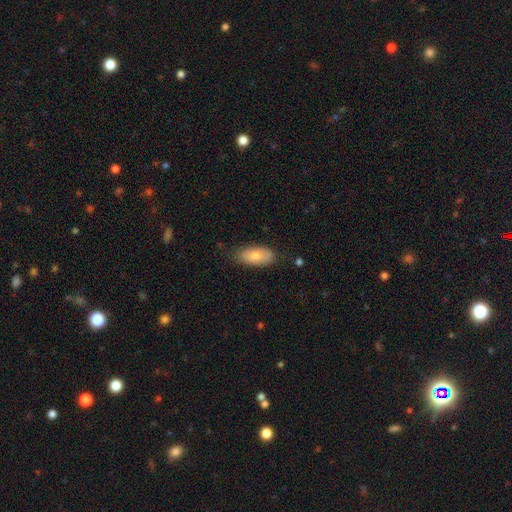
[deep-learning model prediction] smooth-or-featured: smooth: 79% | featured or disk: 15% | star or artifact: 6%
  how-rounded: in between: 91% | cigar-shaped: 6% | round: 3%
  merging: none: 73% | minor disturbance: 21% | major disturbance: 4% | merger: 2%